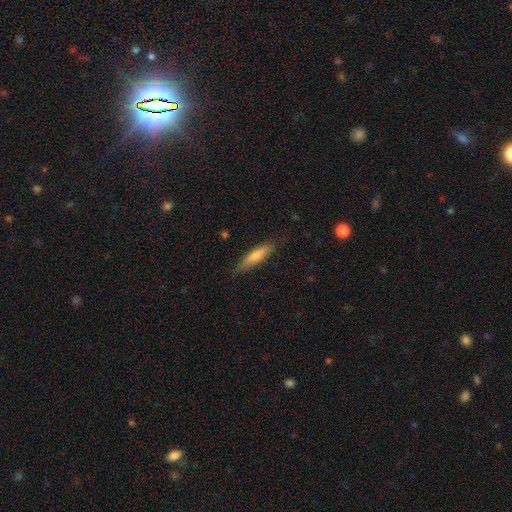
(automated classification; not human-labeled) Overall: smooth (57%; featured or disk 36%). How rounded: cigar-shaped (84%). Merging: none (85%).